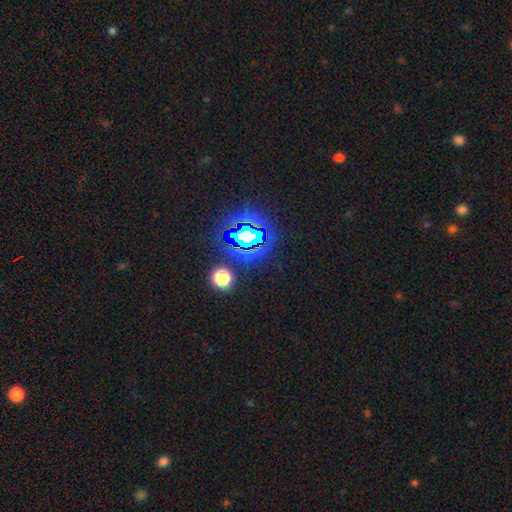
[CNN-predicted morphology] Smooth or featured? star or artifact (84%)